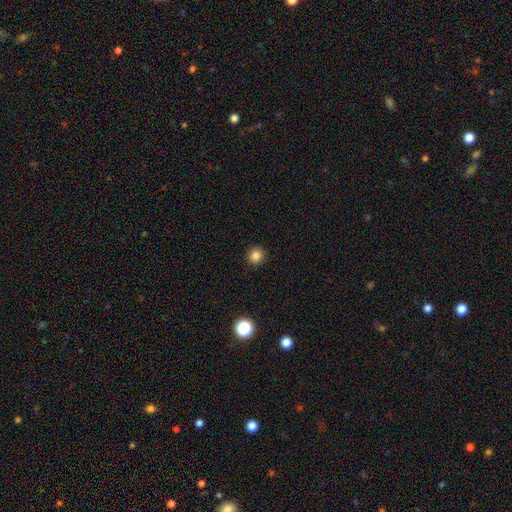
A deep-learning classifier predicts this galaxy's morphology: smooth 84%, star or artifact 12%, featured or disk 4%. Down the decision tree: how rounded — round (92%); merging — none (92%).